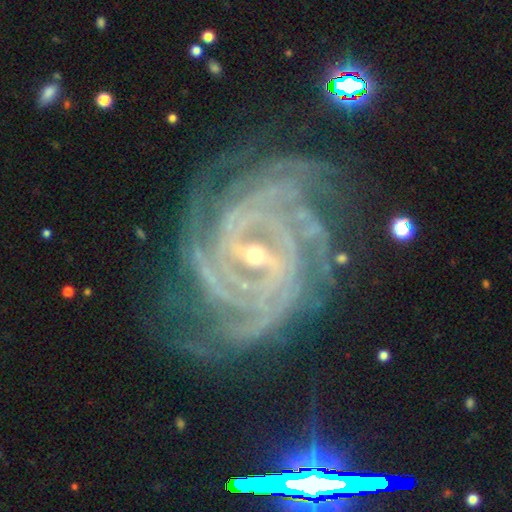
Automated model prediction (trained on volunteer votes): Smooth or featured? featured or disk (92%)
Edge-on disk? no (97%)
Bar? strong (45%)
Spiral arms? yes (98%)
Spiral winding? tight (76%)
Spiral arm count? 4 (27%)
Bulge size? small (65%)
Merging? none (69%)